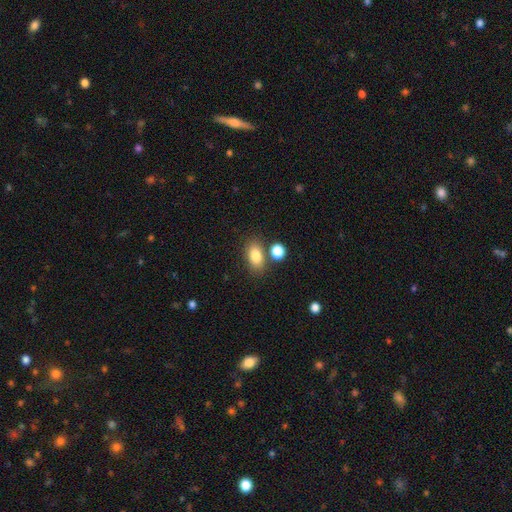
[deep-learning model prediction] Morphology: type=smooth (83%); roundness=in between (84%); merging=none (71%).